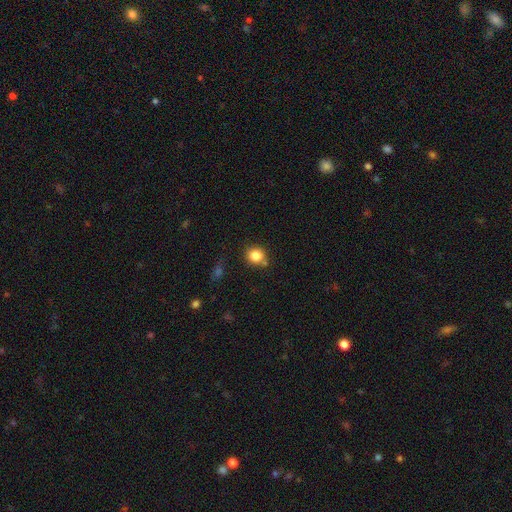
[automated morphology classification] A smooth galaxy with no disk features (84%) that is round (85%).

Vote fractions:
- Smooth or featured? smooth: 84% / star or artifact: 10% / featured or disk: 6%
- How rounded? round: 85% / in between: 14% / cigar-shaped: 1%
- Merging? none: 71% / minor disturbance: 14% / merger: 11% / major disturbance: 4%